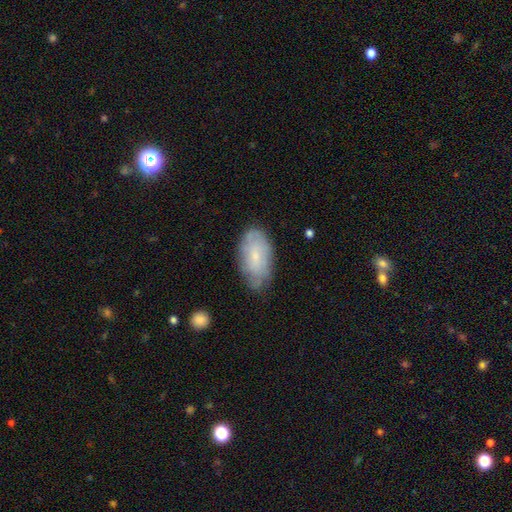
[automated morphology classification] Smooth or featured? Predicted: smooth (p=0.61). How rounded? Predicted: in between (p=0.94). Merging? Predicted: none (p=0.68).